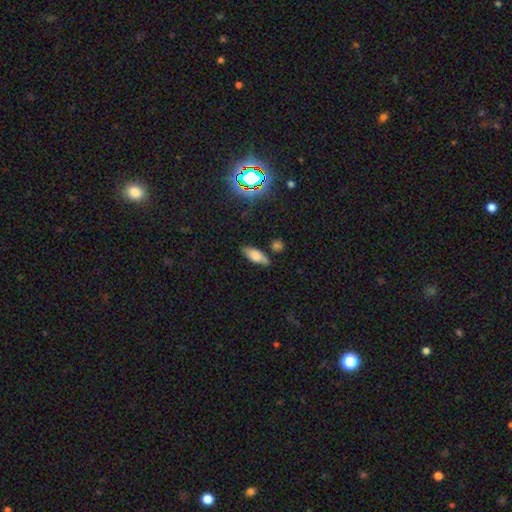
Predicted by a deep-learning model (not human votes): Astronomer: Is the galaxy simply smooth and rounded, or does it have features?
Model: smooth — 72%.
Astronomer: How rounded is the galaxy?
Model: in between — 77%.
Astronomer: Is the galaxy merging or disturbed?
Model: none — 74%.